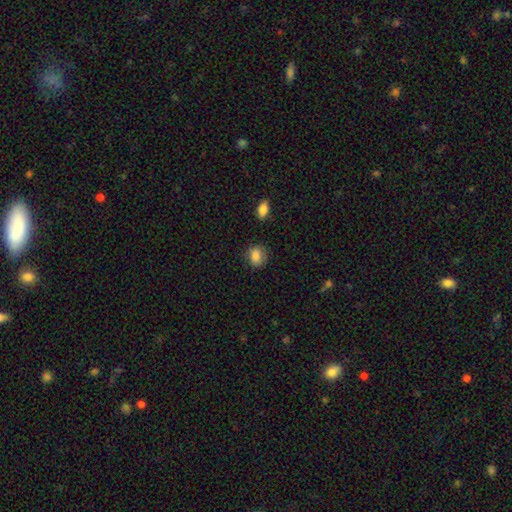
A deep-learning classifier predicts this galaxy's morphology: Smooth or featured: smooth — 86% (star or artifact — 9%)
How rounded: round — 58% (in between — 40%)
Merging: none — 79% (minor disturbance — 15%)